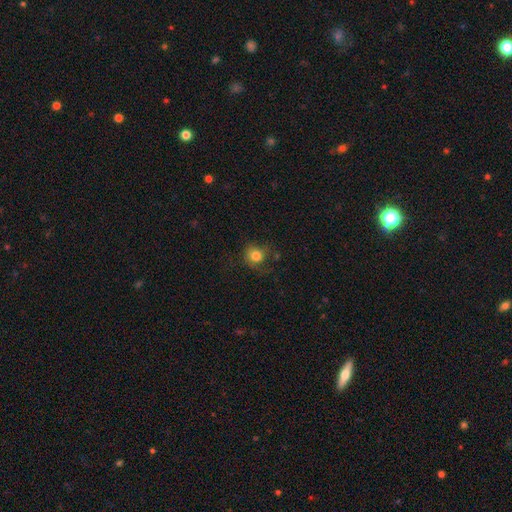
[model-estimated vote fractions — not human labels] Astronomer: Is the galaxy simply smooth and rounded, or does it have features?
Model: smooth — 80%.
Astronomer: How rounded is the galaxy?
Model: round — 82%.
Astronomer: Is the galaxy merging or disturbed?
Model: none — 62%.